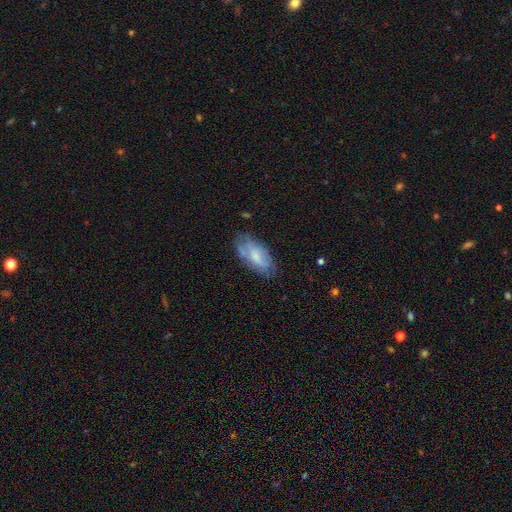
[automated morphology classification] Smooth or featured? Predicted: smooth (p=0.56). How rounded? Predicted: in between (p=0.89). Merging? Predicted: none (p=0.65).